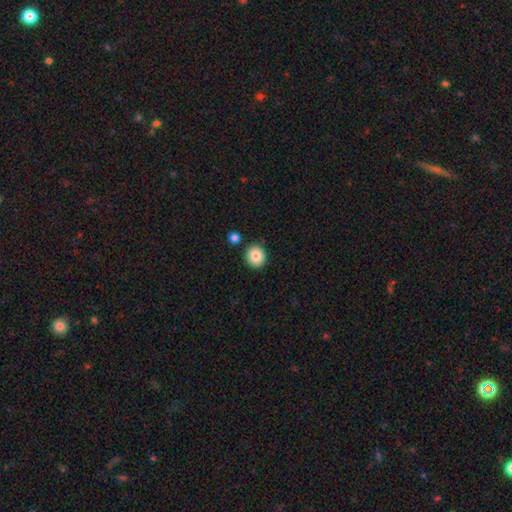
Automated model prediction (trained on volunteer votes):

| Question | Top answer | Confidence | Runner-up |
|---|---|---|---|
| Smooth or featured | smooth | 85% | star or artifact (9%) |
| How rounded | round | 87% | in between (12%) |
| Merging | none | 88% | minor disturbance (7%) |